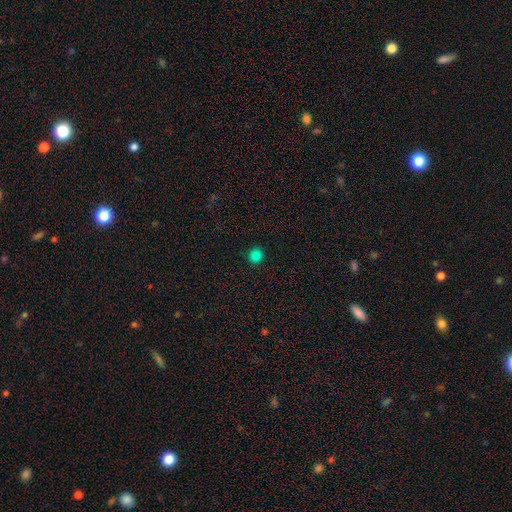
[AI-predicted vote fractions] Morphology: type=smooth (83%); roundness=round (91%); merging=none (92%).